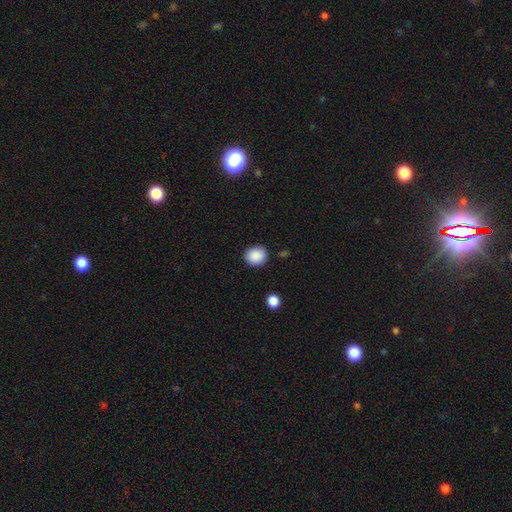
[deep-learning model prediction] Morphology: type=smooth (89%); roundness=round (77%); merging=none (88%).